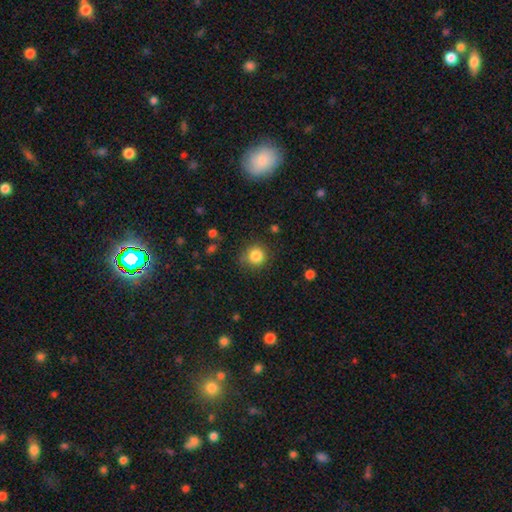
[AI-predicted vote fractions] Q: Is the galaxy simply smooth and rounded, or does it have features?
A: smooth — 84%.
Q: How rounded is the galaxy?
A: round — 91%.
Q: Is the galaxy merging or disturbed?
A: none — 82%.